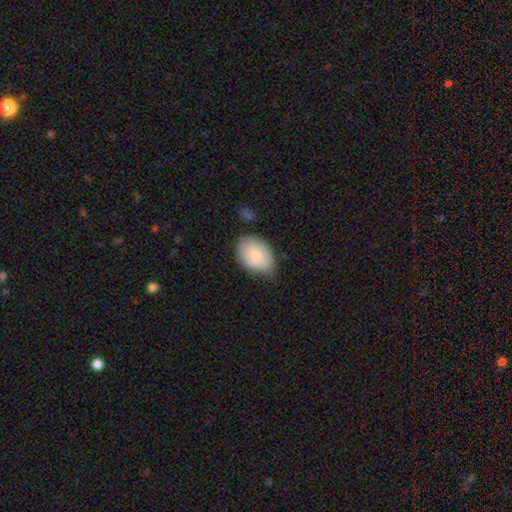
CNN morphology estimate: type=smooth (77%); roundness=in between (86%); merging=none (59%).